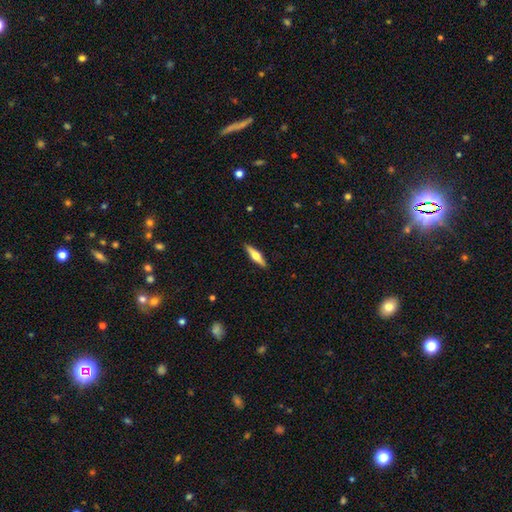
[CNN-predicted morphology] This appears to be a featured or disk galaxy (59%) viewed edge-on (97%) with a rounded central bulge (93%). Merging: none (91%).